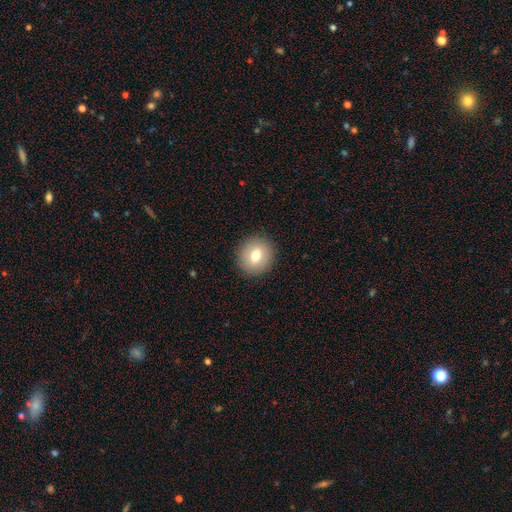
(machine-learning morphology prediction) A smooth galaxy with no disk features (74%) that is round (86%).

Vote fractions:
- Smooth or featured? smooth: 74% / featured or disk: 16% / star or artifact: 10%
- How rounded? round: 86% / in between: 13% / cigar-shaped: 1%
- Merging? none: 90% / minor disturbance: 6% / major disturbance: 2% / merger: 1%